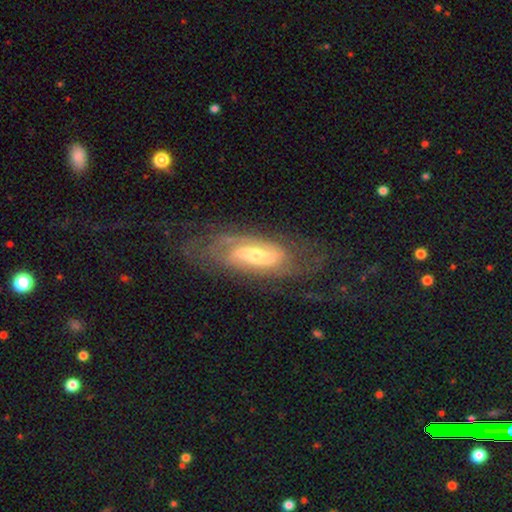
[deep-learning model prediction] Smooth or featured?
  - featured or disk: 81% *
  - smooth: 13%
  - star or artifact: 6%
Edge-on disk?
  - no: 87% *
  - yes: 13%
Bar?
  - strong: 43% *
  - weak: 36%
  - no: 22%
Spiral arms?
  - yes: 91% *
  - no: 9%
Spiral winding?
  - medium: 42% *
  - loose: 31%
  - tight: 27%
Spiral arm count?
  - 2: 74% *
  - can't tell: 15%
  - 1: 5%
  - 3: 3%
  - 4: 2%
  - more than 4: 2%
Bulge size?
  - moderate: 53% *
  - small: 35%
  - large: 8%
  - none: 2%
  - dominant: 1%
Merging?
  - none: 63% *
  - minor disturbance: 19%
  - major disturbance: 16%
  - merger: 2%